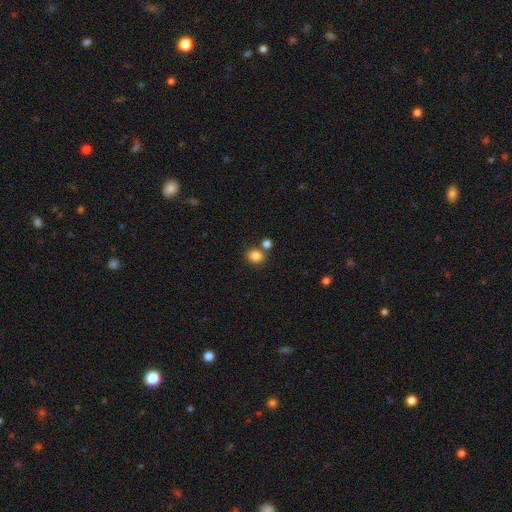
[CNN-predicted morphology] type=smooth (84%); roundness=round (66%); merging=none (68%).